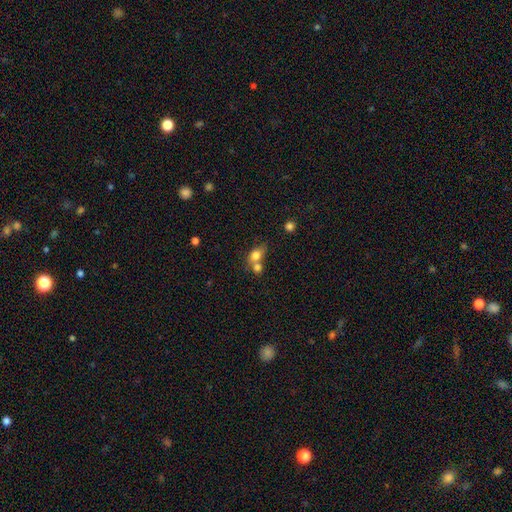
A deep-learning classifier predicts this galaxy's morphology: Smooth or featured?
  - smooth: 77% *
  - featured or disk: 13%
  - star or artifact: 10%
How rounded?
  - in between: 55% *
  - round: 42%
  - cigar-shaped: 3%
Merging?
  - merger: 56% *
  - none: 30%
  - minor disturbance: 10%
  - major disturbance: 5%